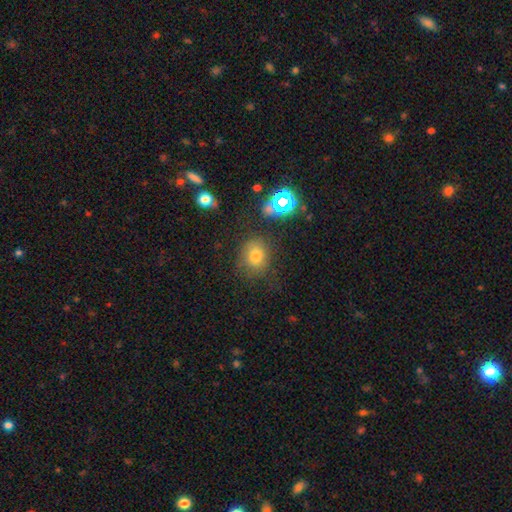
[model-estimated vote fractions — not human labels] smooth-or-featured: smooth: 71% | star or artifact: 19% | featured or disk: 10%
  how-rounded: round: 67% | in between: 32% | cigar-shaped: 1%
  merging: none: 71% | minor disturbance: 17% | major disturbance: 8% | merger: 4%